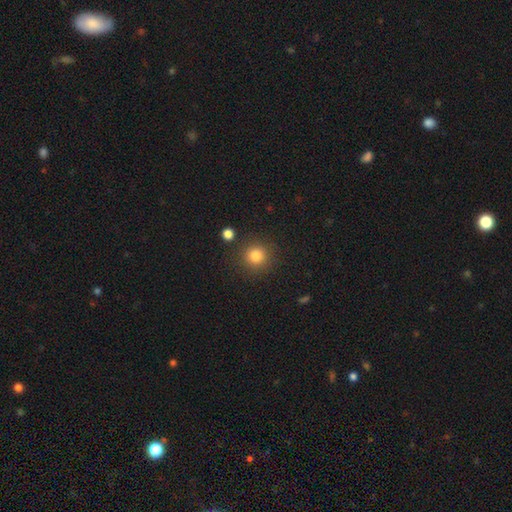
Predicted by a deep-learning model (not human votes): A smooth galaxy with no disk features (81%) that is round (93%). Merging: none (86%).